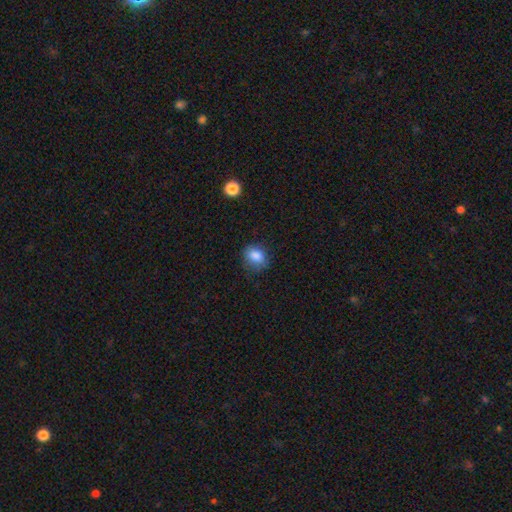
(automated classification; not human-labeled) The model was most divided on "how rounded": in between: 53%, round: 46%, cigar-shaped: 1%. More confident: smooth or featured — smooth (85%); merging — none (75%).